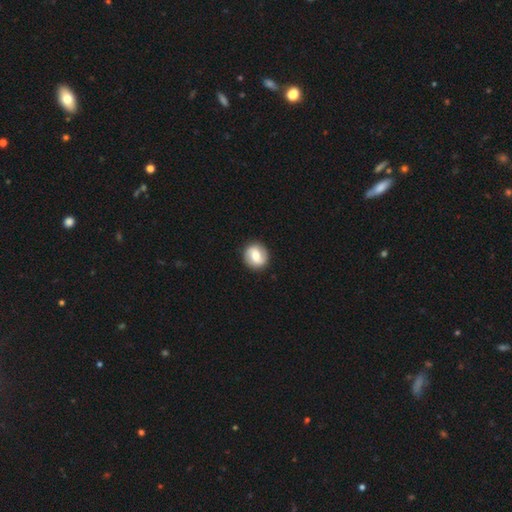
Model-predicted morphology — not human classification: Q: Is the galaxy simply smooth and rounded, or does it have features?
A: featured or disk — 51%.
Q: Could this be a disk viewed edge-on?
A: no — 97%.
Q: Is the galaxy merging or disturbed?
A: none — 90%.